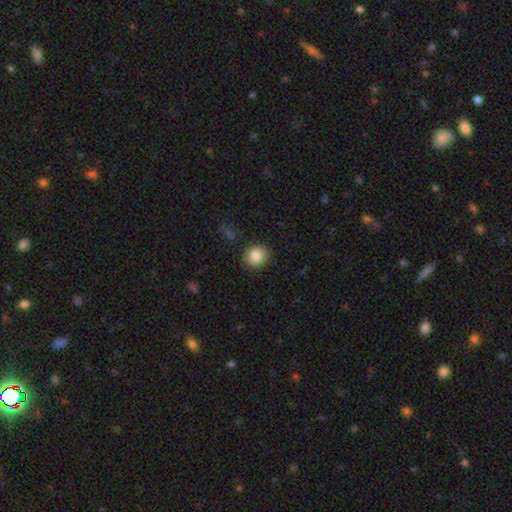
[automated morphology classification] This appears to be a smooth galaxy with no disk features (84%) that is round (79%). Merging: none (90%).